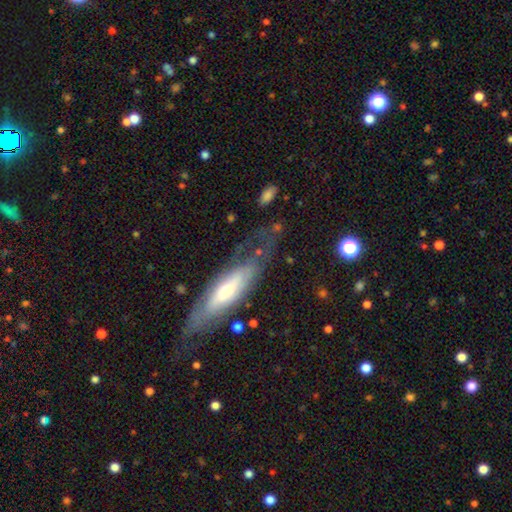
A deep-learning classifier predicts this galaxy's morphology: This is likely a featured or disk galaxy (65%). It is possibly not viewed edge-on (55%). Merging: likely none (66%).